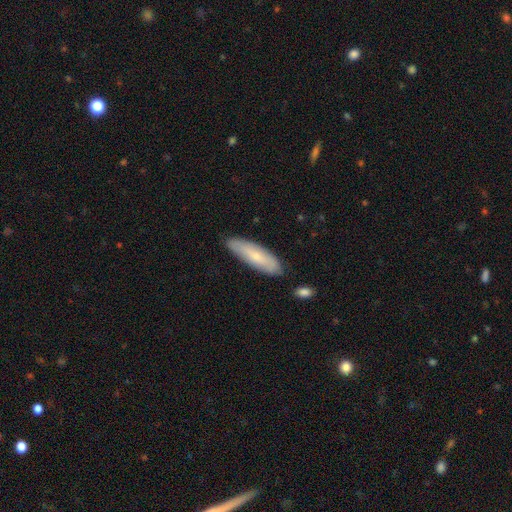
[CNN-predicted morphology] smooth-or-featured: smooth: 64% | featured or disk: 30% | star or artifact: 7%
  how-rounded: cigar-shaped: 59% | in between: 39% | round: 2%
  merging: none: 81% | minor disturbance: 14% | merger: 2% | major disturbance: 2%